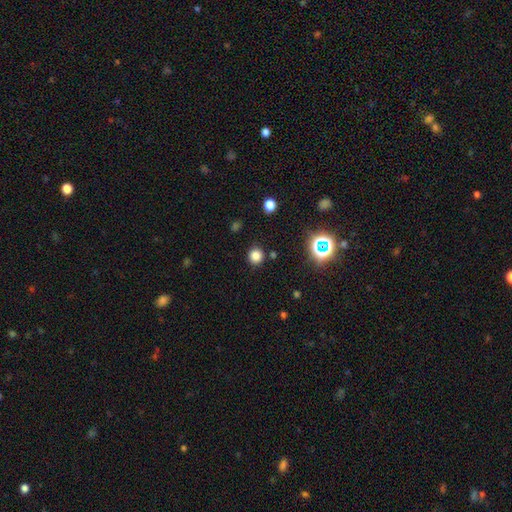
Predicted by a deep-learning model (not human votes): smooth 78%, star or artifact 18%, featured or disk 5%. Down the decision tree: how rounded — round (91%); merging — none (88%).